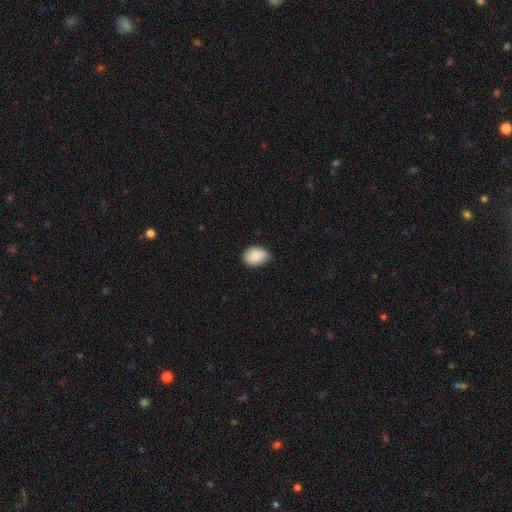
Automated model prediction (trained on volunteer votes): A smooth galaxy with no disk features (88%) that is in between round and cigar-shaped (76%). Merging: none (69%).